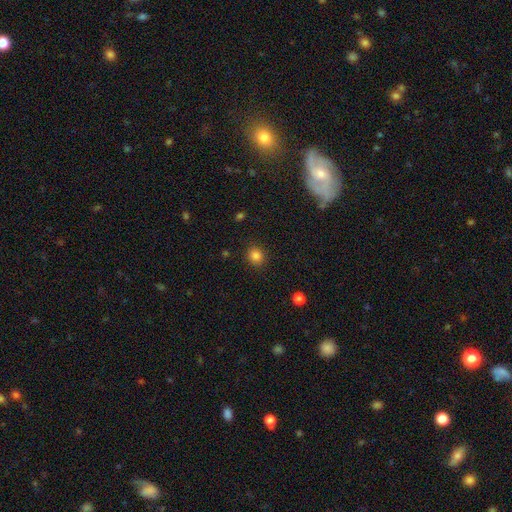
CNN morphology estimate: This is clearly a smooth galaxy (84%). How rounded: likely round (77%). Merging: clearly none (89%).